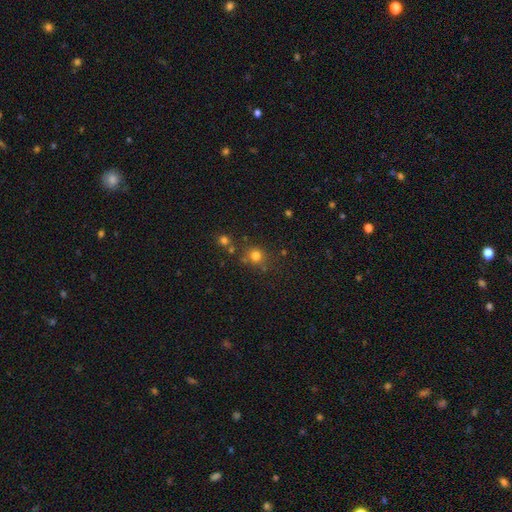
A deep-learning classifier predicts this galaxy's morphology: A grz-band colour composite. It shows a smooth galaxy with no disk features (75%) that is round (86%). Merging: none (72%).